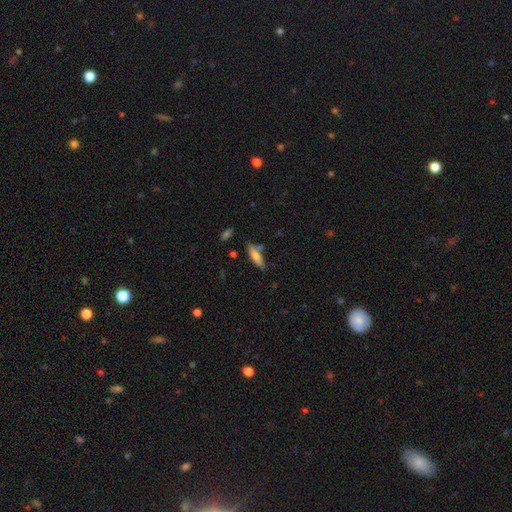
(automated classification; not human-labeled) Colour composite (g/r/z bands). It shows a smooth galaxy with no disk features (68%) that is cigar-shaped (53%). Merging: none (71%).